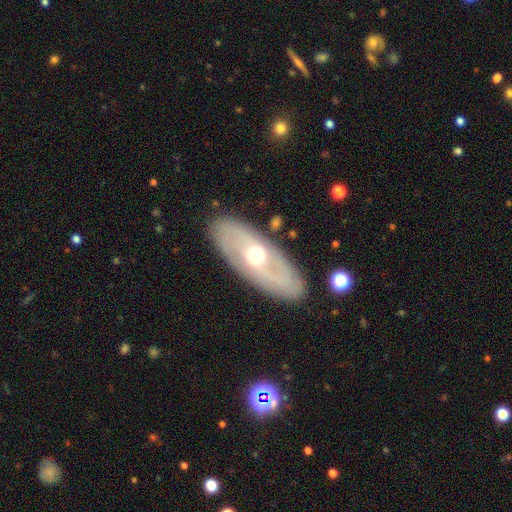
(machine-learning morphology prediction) smooth_or_featured: featured or disk (p=0.67) [alt: smooth p=0.27]
disk_edge_on: no (p=0.82) [alt: yes p=0.18]
bar: no (p=0.58) [alt: weak p=0.30]
has_spiral_arms: yes (p=0.50) [tied with: no p=0.50]
bulge_size: moderate (p=0.72) [alt: large p=0.15]
merging: none (p=0.84) [alt: minor disturbance p=0.10]